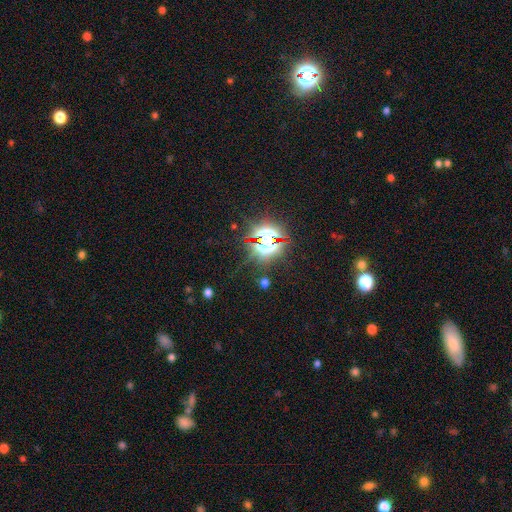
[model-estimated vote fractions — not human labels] Morphology: type=star or artifact (79%).